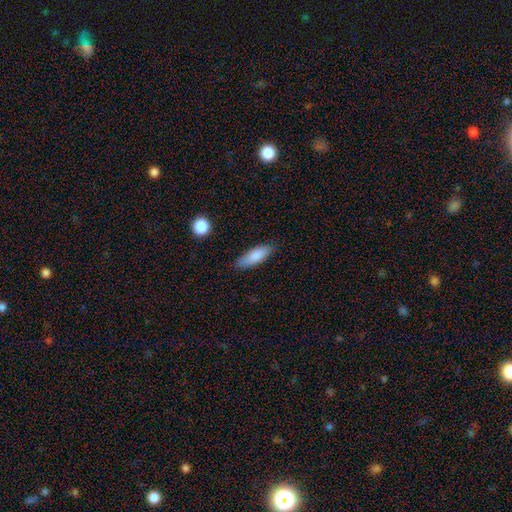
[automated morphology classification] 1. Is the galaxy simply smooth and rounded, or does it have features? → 82% smooth, 11% featured or disk, 6% star or artifact.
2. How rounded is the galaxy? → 62% in between, 36% cigar-shaped, 2% round.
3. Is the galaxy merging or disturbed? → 82% none, 14% minor disturbance, 3% major disturbance, 2% merger.